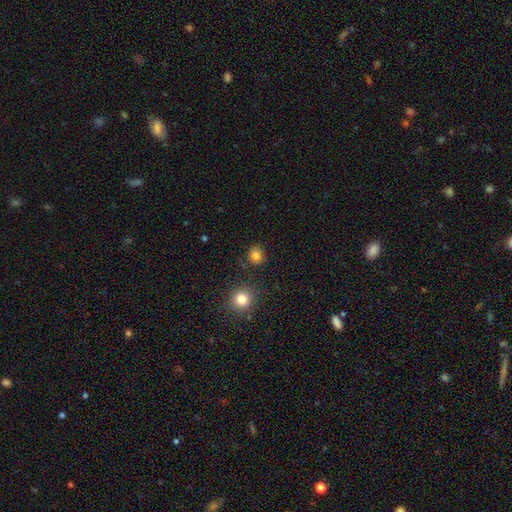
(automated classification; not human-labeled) The model was most divided on "smooth or featured": smooth: 81%, star or artifact: 14%, featured or disk: 5%. More confident: merging — none (86%); how rounded — round (85%).